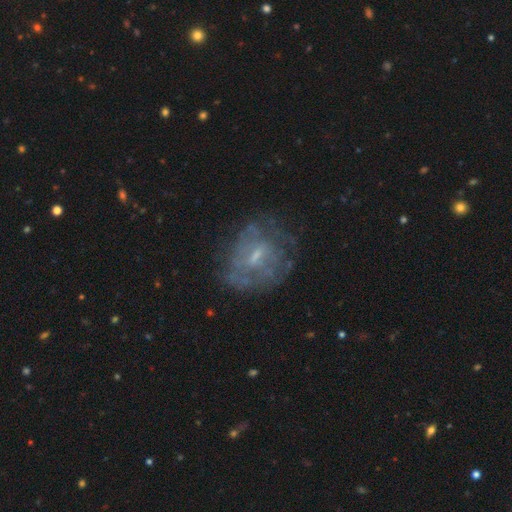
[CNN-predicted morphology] smooth-or-featured: featured or disk: 65% | smooth: 23% | star or artifact: 11%
  disk-edge-on: no: 96% | yes: 4%
    bar: weak: 51% | no: 39% | strong: 11%
    has-spiral-arms: no: 50% (tied) | yes: 50% (tied)
    bulge-size: small: 55% | moderate: 29% | none: 13% | large: 2% | dominant: 1%
  merging: none: 61% | minor disturbance: 21% | major disturbance: 16% | merger: 2%